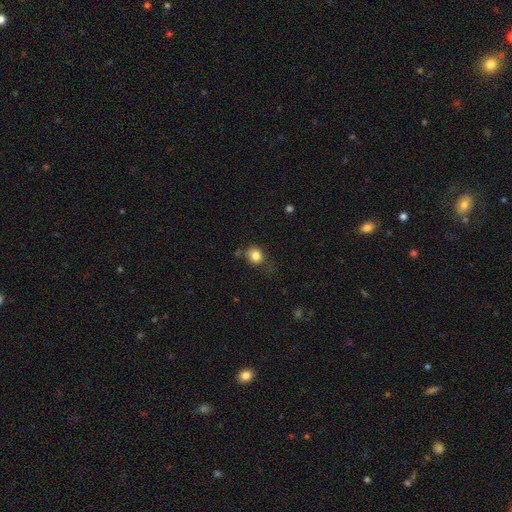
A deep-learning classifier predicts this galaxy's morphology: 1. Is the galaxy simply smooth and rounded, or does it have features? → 83% smooth, 11% star or artifact, 7% featured or disk.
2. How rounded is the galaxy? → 72% round, 27% in between, 1% cigar-shaped.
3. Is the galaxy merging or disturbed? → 67% none, 21% minor disturbance, 7% major disturbance, 4% merger.